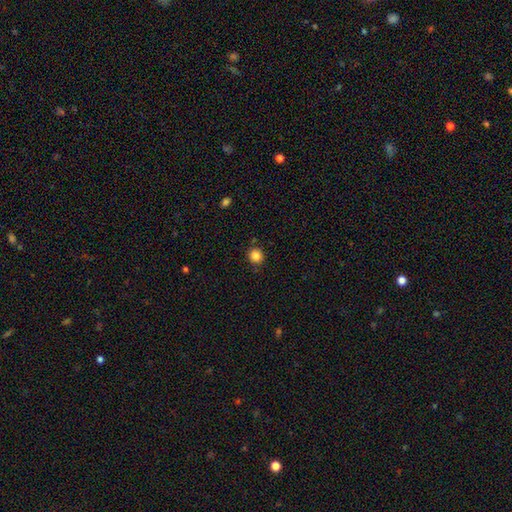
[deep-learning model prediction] Smooth or featured? Predicted: smooth (p=0.85). How rounded? Predicted: round (p=0.91). Merging? Predicted: none (p=0.86).